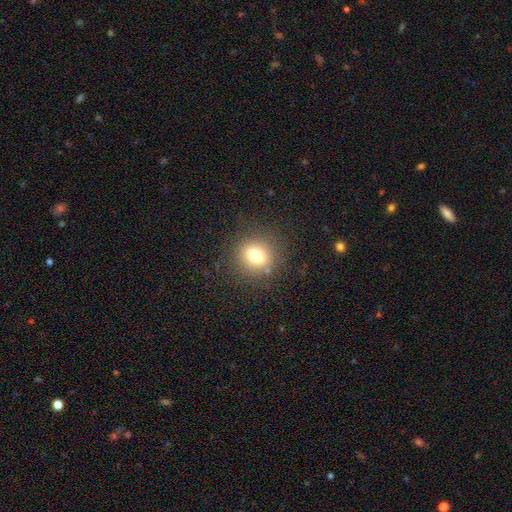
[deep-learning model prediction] Morphology: type=smooth (76%); roundness=round (77%); merging=none (84%).